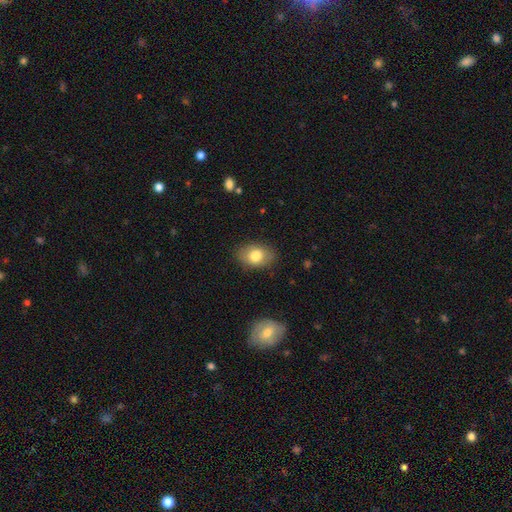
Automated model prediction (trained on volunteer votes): smooth 79%, featured or disk 13%, star or artifact 8%. Down the decision tree: how rounded — in between (78%); merging — none (83%).